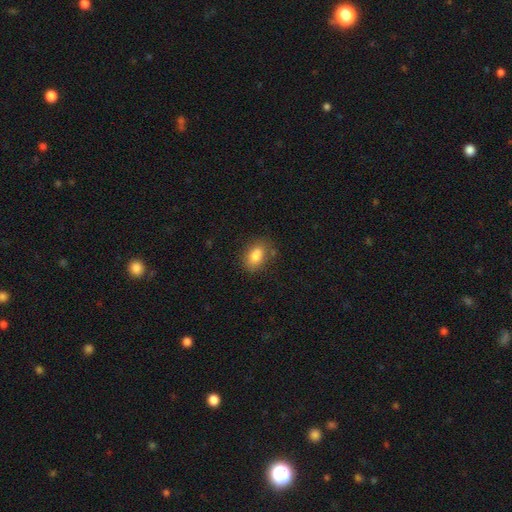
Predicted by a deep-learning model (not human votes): Smooth or featured? Predicted: smooth (p=0.84). How rounded? Predicted: in between (p=0.84). Merging? Predicted: none (p=0.74).